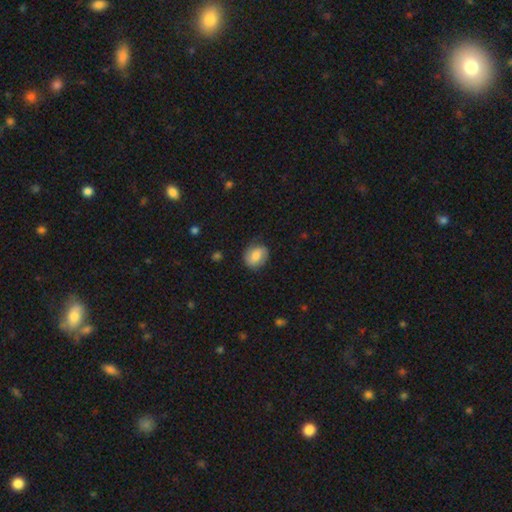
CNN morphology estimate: This appears to be a smooth galaxy with no disk features (71%) that is round (53%). Merging: none (75%).